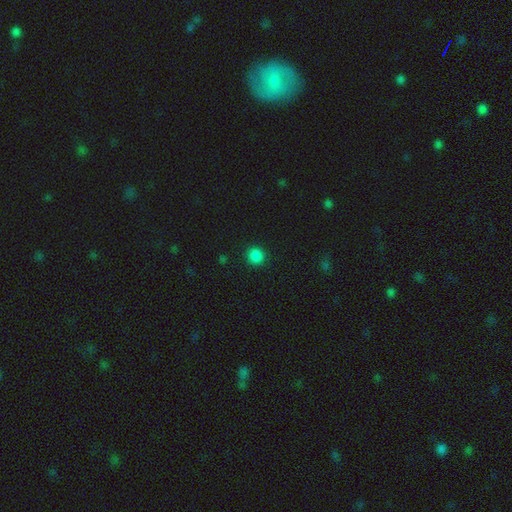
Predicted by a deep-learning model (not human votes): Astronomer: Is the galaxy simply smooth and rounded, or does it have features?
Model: smooth — 85%.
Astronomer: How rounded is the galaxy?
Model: round — 91%.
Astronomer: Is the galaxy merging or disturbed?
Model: none — 91%.